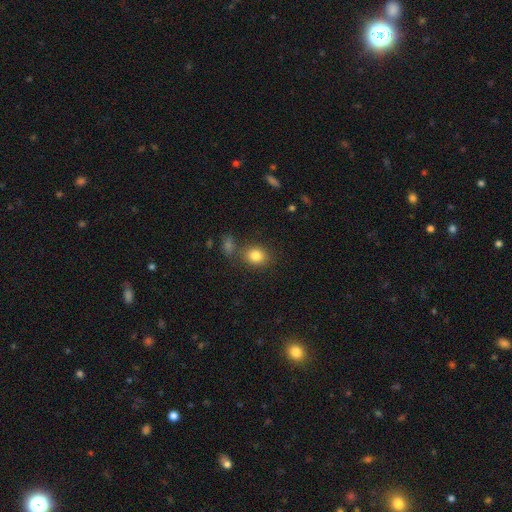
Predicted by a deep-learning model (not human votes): Smooth or featured? Predicted: smooth (p=0.82). How rounded? Predicted: round (p=0.54). Merging? Predicted: none (p=0.73).